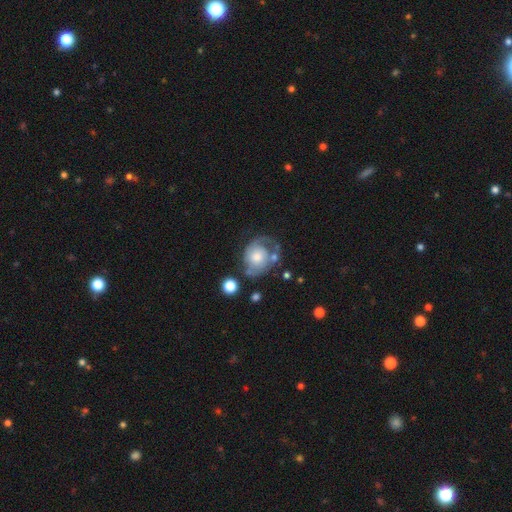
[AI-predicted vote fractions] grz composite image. It shows a featured or disk galaxy (63%) with no bar (80%), spiral arms (80%) and a moderate central bulge (50%). Merging: none (43%).